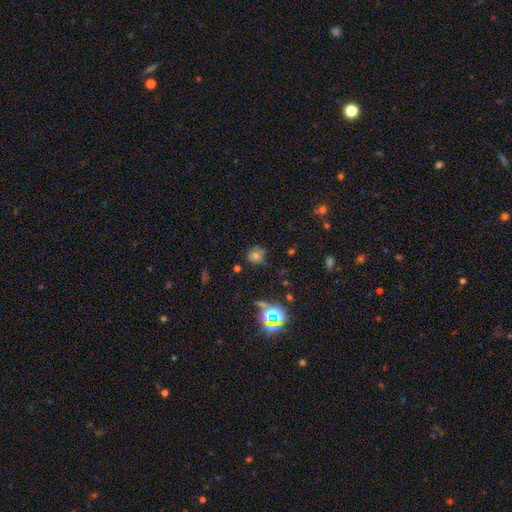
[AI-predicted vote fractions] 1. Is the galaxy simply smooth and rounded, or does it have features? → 62% smooth, 23% star or artifact, 16% featured or disk.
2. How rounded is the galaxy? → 83% round, 16% in between, 1% cigar-shaped.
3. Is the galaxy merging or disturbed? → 74% none, 18% minor disturbance, 5% major disturbance, 3% merger.